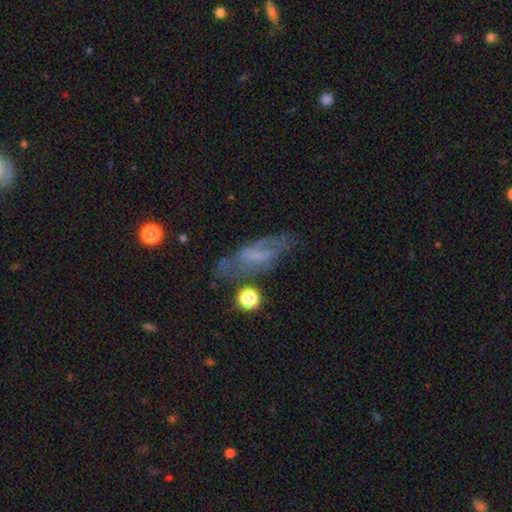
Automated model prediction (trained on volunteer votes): smooth_or_featured: featured or disk (p=0.55) [alt: smooth p=0.33]
disk_edge_on: no (p=0.83) [alt: yes p=0.17]
merging: none (p=0.58) [alt: minor disturbance p=0.22]